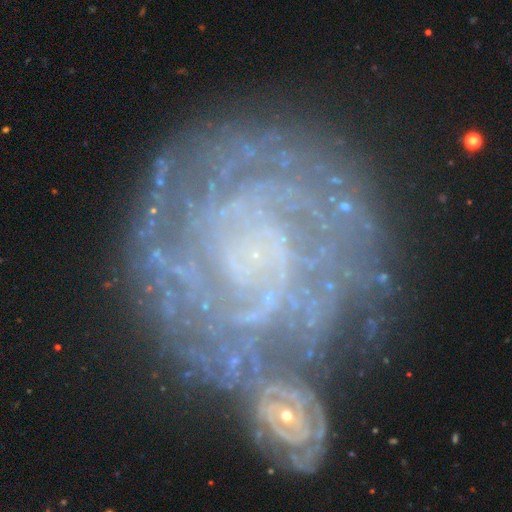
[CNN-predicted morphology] A featured or disk galaxy (82%) with no bar (69%), tight (78%) spiral arms (88%) and no central bulge (46%). Merging: none (38%).